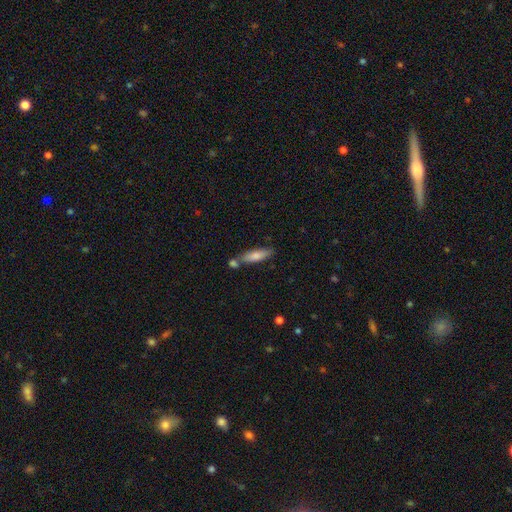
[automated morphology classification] Overall: smooth (71%). How rounded: cigar-shaped (62%; in between 36%). Merging: none (62%).